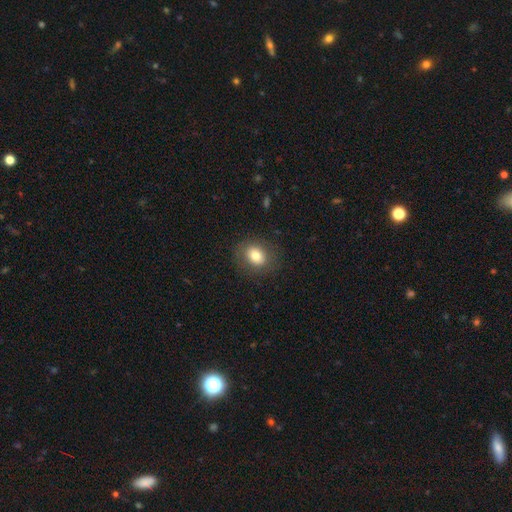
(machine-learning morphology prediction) Smooth or featured? smooth (77%)
How rounded? round (50%)
Merging? none (84%)